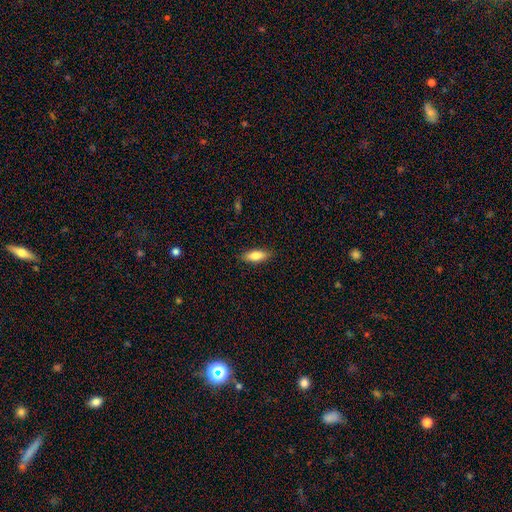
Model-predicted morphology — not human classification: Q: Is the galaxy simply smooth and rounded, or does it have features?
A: smooth — 78%.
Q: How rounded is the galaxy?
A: in between — 63%.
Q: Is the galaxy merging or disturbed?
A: none — 88%.